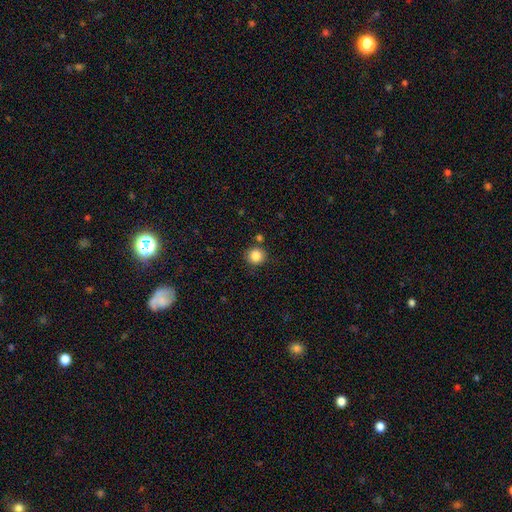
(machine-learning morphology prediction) Smooth or featured: smooth — 85% (star or artifact — 10%)
How rounded: round — 90% (in between — 9%)
Merging: none — 83% (minor disturbance — 9%)